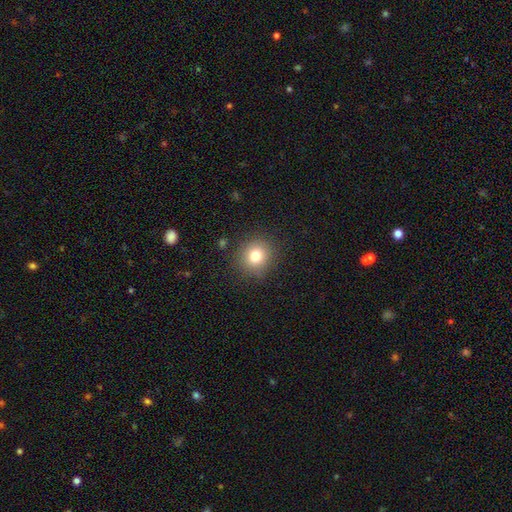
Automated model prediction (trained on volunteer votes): Smooth or featured? Predicted: smooth (p=0.78). How rounded? Predicted: round (p=0.86). Merging? Predicted: none (p=0.88).